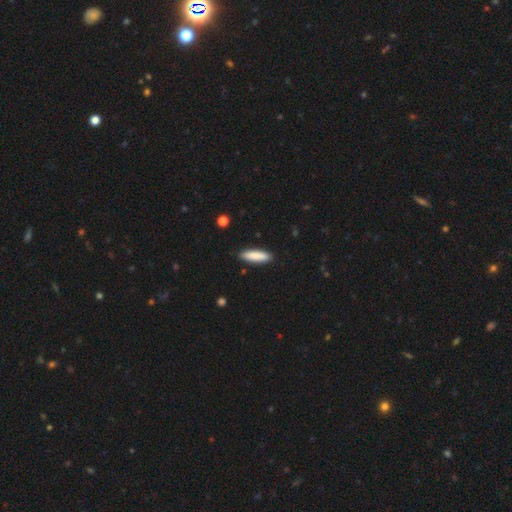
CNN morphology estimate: Smooth or featured: smooth — 85% (featured or disk — 9%)
How rounded: cigar-shaped — 65% (in between — 34%)
Merging: none — 89% (minor disturbance — 8%)